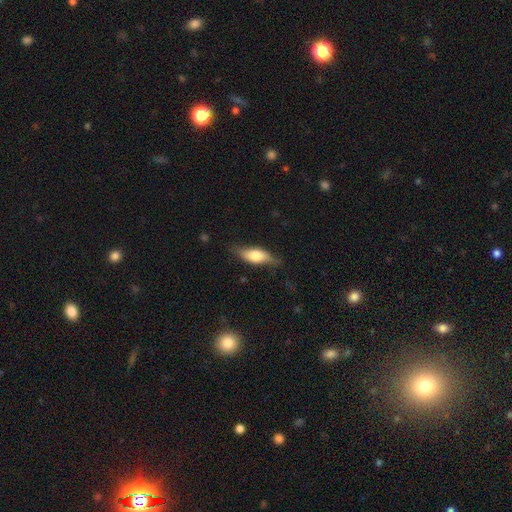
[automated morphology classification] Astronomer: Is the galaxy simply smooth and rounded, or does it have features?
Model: smooth — 63%.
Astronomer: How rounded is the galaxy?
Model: in between — 69%.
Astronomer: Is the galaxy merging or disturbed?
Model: none — 69%.